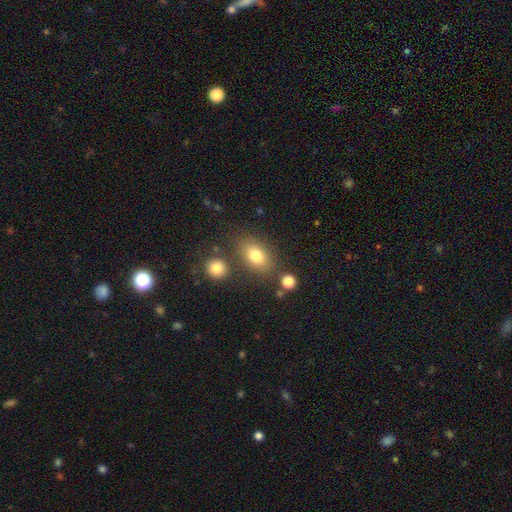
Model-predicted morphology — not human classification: This appears to be a smooth galaxy with no disk features (79%) that is in between round and cigar-shaped (80%). Merging: none (76%).